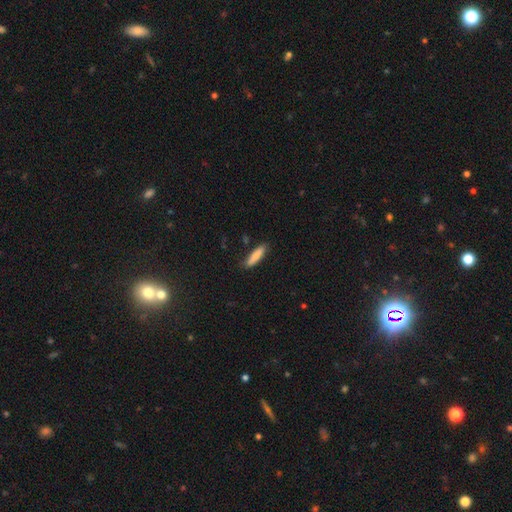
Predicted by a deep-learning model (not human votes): smooth-or-featured: smooth: 84% | featured or disk: 10% | star or artifact: 6%
  how-rounded: cigar-shaped: 76% | in between: 23% | round: 1%
  merging: none: 84% | minor disturbance: 12% | major disturbance: 2% | merger: 2%